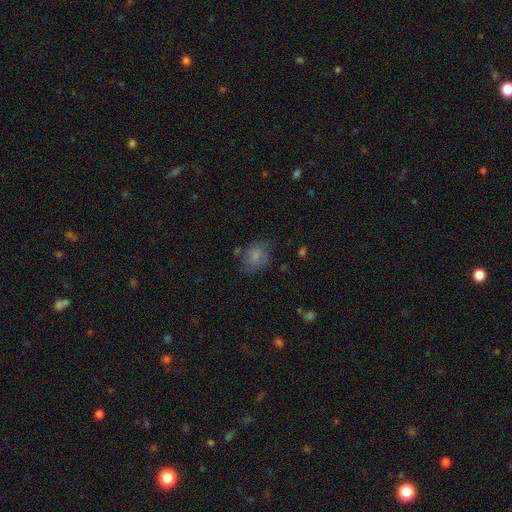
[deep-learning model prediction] Smooth or featured: smooth — 75% (featured or disk — 15%)
How rounded: in between — 58% (round — 41%)
Merging: none — 60% (minor disturbance — 25%)